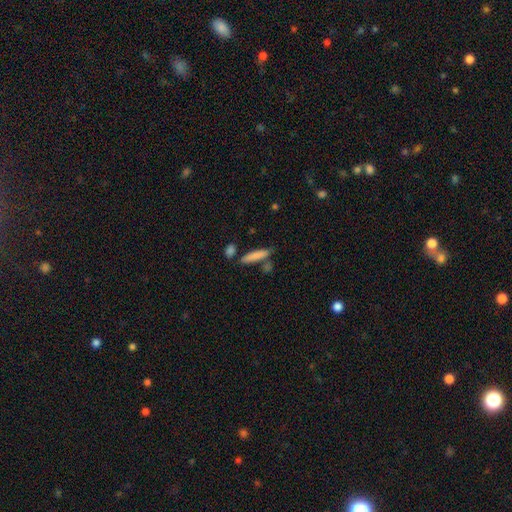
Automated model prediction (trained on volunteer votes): Q: Smooth or featured?
A: smooth (81%); runner-up: featured or disk (12%)
Q: How rounded?
A: cigar-shaped (82%); runner-up: in between (16%)
Q: Merging?
A: none (73%); runner-up: minor disturbance (13%)